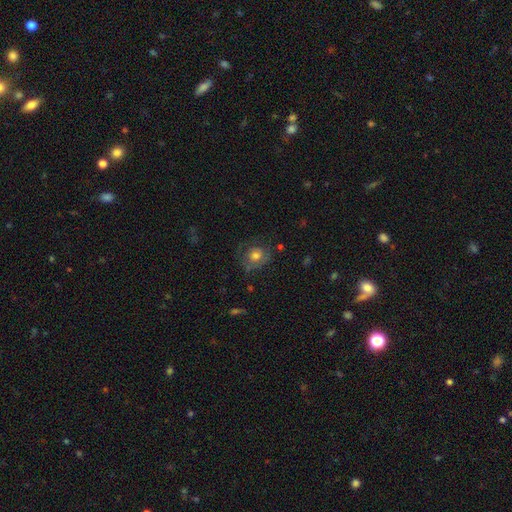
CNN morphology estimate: Smooth or featured?
  - smooth: 55% *
  - featured or disk: 35%
  - star or artifact: 10%
How rounded?
  - round: 69% *
  - in between: 30%
  - cigar-shaped: 1%
Merging?
  - none: 59% *
  - minor disturbance: 23%
  - major disturbance: 15%
  - merger: 2%